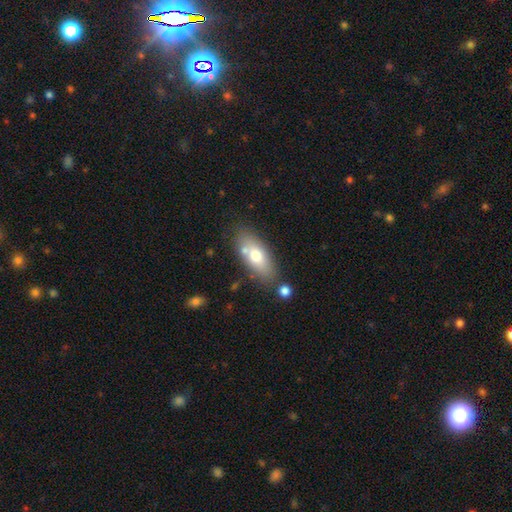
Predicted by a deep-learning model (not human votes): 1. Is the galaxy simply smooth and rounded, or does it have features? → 69% smooth, 24% featured or disk, 8% star or artifact.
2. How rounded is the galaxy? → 82% in between, 14% cigar-shaped, 4% round.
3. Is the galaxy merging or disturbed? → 71% none, 14% minor disturbance, 11% merger, 4% major disturbance.